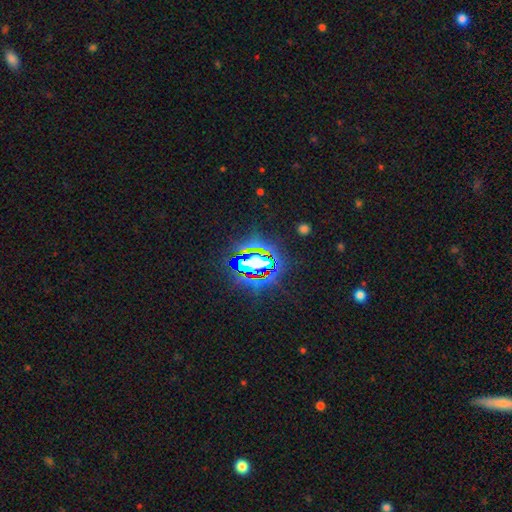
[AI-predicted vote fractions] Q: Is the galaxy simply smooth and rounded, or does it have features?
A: star or artifact — 81%.